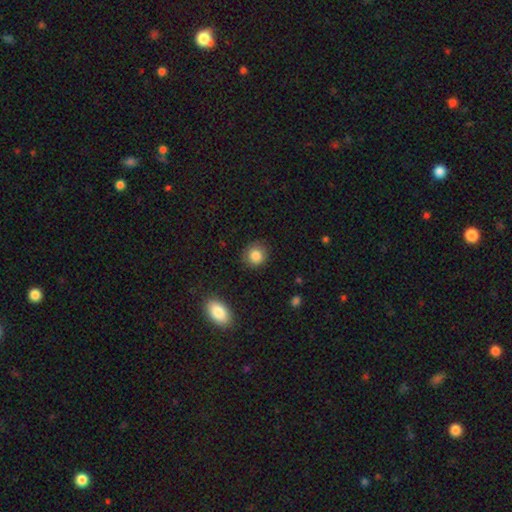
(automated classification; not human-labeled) smooth-or-featured: smooth: 86% | star or artifact: 9% | featured or disk: 5%
  how-rounded: round: 87% | in between: 12% | cigar-shaped: 1%
  merging: none: 88% | minor disturbance: 9% | major disturbance: 2% | merger: 1%